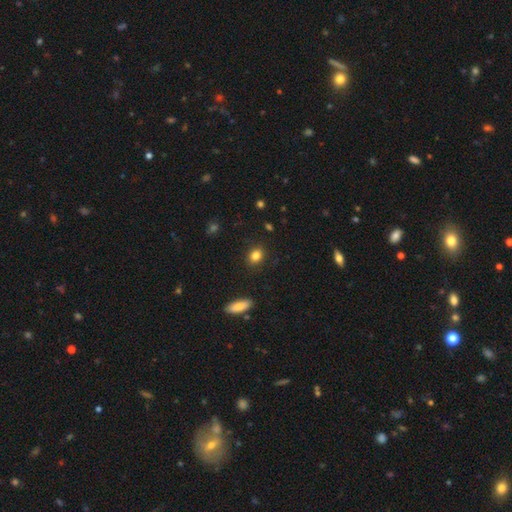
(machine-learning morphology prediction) Smooth or featured: smooth — 84% (star or artifact — 10%)
How rounded: round — 50% (in between — 48%)
Merging: none — 88% (minor disturbance — 9%)